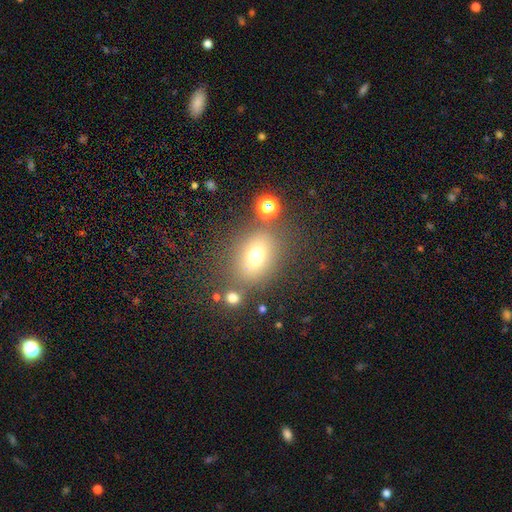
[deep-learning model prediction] A smooth galaxy with no disk features (69%) that is in between round and cigar-shaped (58%).

Vote fractions:
- Smooth or featured? smooth: 69% / star or artifact: 16% / featured or disk: 15%
- How rounded? in between: 58% / round: 40% / cigar-shaped: 2%
- Merging? none: 74% / minor disturbance: 12% / merger: 8% / major disturbance: 6%